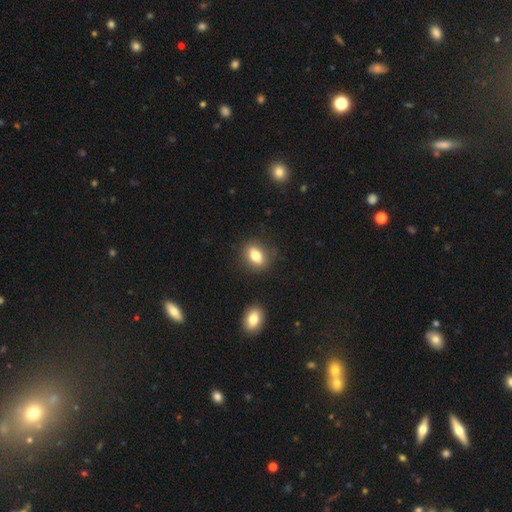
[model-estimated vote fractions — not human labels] A smooth galaxy with no disk features (78%) that is in between round and cigar-shaped (72%).

Vote fractions:
- Smooth or featured? smooth: 78% / featured or disk: 13% / star or artifact: 9%
- How rounded? in between: 72% / round: 25% / cigar-shaped: 4%
- Merging? none: 85% / minor disturbance: 10% / major disturbance: 3% / merger: 2%